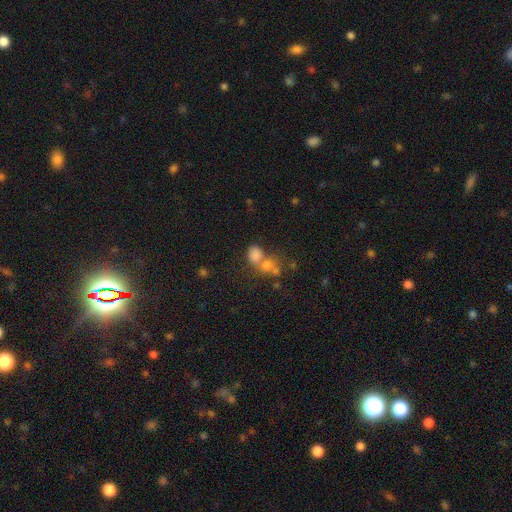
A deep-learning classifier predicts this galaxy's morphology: smooth_or_featured: smooth (p=0.72) [alt: star or artifact p=0.14]
how_rounded: in between (p=0.55) [alt: round p=0.44]
merging: merger (p=0.54) [alt: none p=0.30]